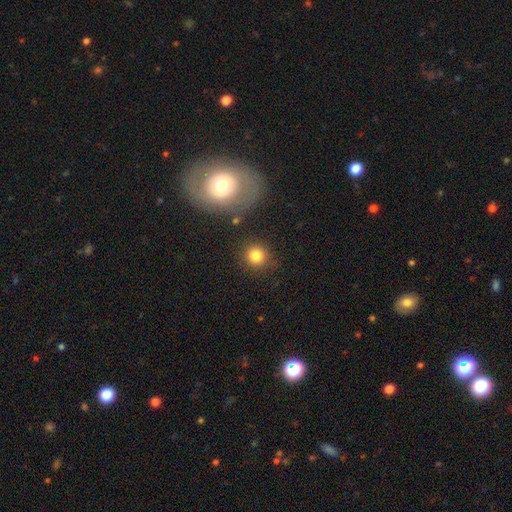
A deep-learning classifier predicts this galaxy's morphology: Smooth or featured? Predicted: smooth (p=0.82). How rounded? Predicted: round (p=0.92). Merging? Predicted: none (p=0.84).